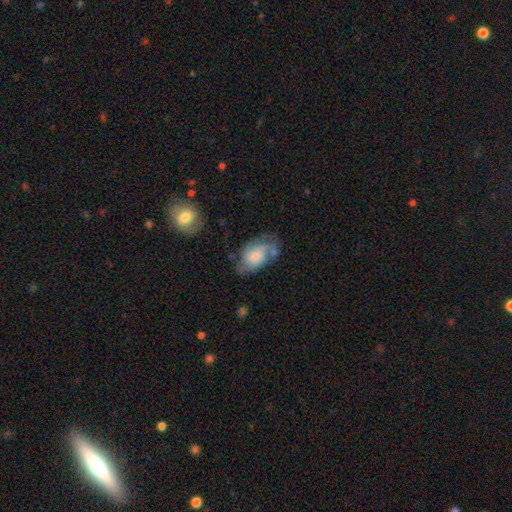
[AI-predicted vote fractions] Morphology: type=smooth (54%); roundness=in between (87%); merging=none (43%).